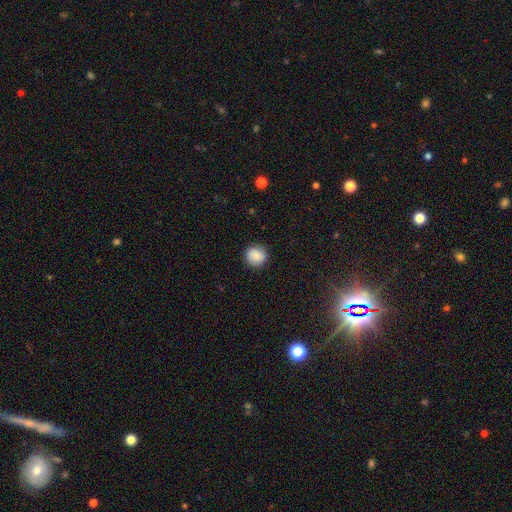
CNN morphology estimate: smooth 84%, star or artifact 8%, featured or disk 7%. Down the decision tree: how rounded — round (93%); merging — none (90%).